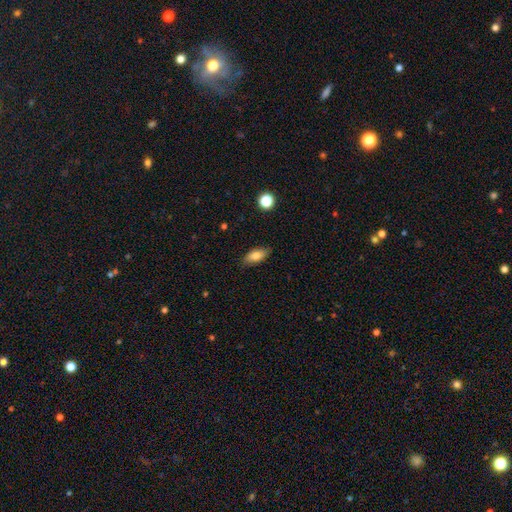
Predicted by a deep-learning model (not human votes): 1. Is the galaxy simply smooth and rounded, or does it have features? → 80% smooth, 12% featured or disk, 8% star or artifact.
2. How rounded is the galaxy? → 85% in between, 11% cigar-shaped, 4% round.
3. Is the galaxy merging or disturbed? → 84% none, 13% minor disturbance, 2% major disturbance, 1% merger.